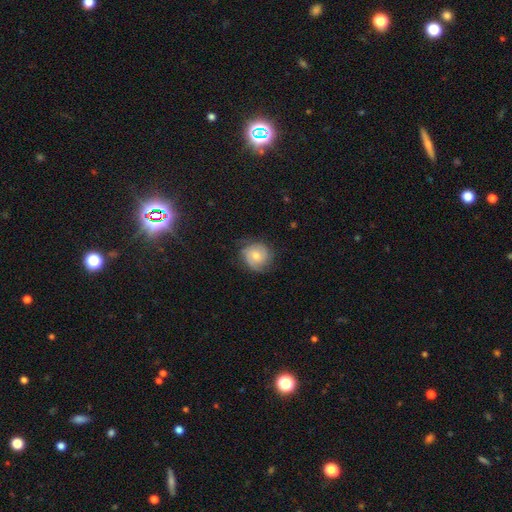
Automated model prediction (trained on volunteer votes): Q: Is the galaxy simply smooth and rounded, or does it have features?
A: featured or disk — 55%.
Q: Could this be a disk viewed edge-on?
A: no — 97%.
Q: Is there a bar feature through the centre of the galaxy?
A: no — 69%.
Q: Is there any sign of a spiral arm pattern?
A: yes — 87%.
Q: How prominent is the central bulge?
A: moderate — 57%.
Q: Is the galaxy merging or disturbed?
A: none — 69%.